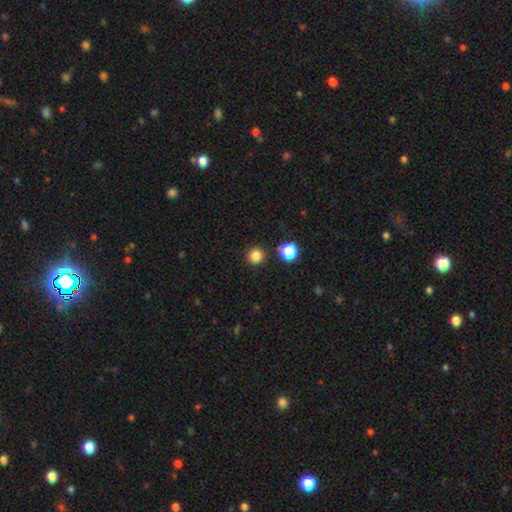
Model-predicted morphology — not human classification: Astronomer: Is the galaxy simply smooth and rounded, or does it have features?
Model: smooth — 83%.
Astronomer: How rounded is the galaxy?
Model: round — 95%.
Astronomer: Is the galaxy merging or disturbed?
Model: none — 90%.